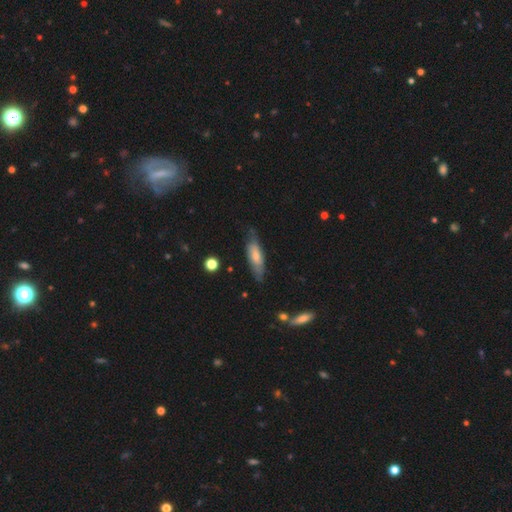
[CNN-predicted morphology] This appears to be a smooth galaxy with no disk features (55%) that is in between round and cigar-shaped (52%). Merging: none (66%).